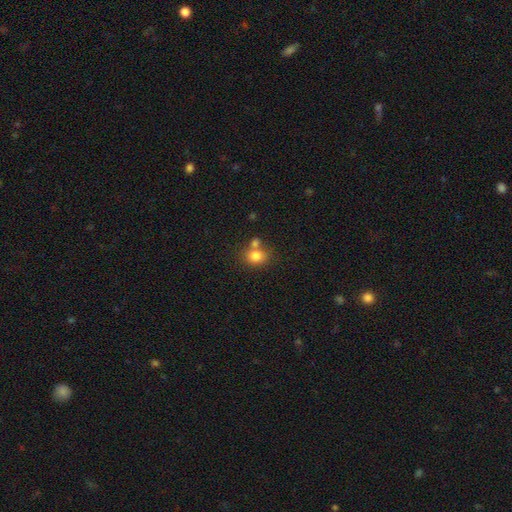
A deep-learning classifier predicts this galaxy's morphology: This appears to be a smooth galaxy with no disk features (81%) that is round (65%). Merging: none (54%).